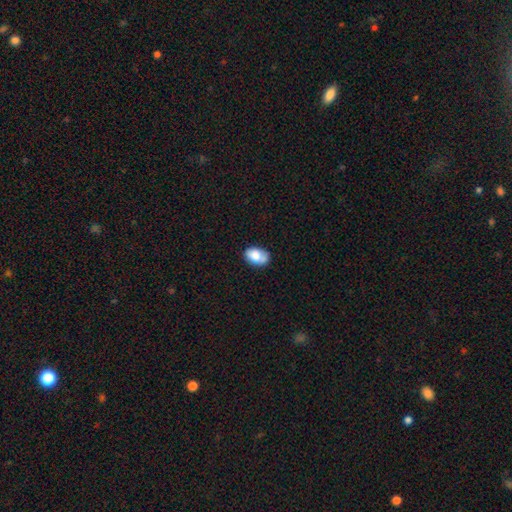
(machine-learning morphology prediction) Smooth or featured? Predicted: smooth (p=0.78). How rounded? Predicted: in between (p=0.84). Merging? Predicted: none (p=0.56).